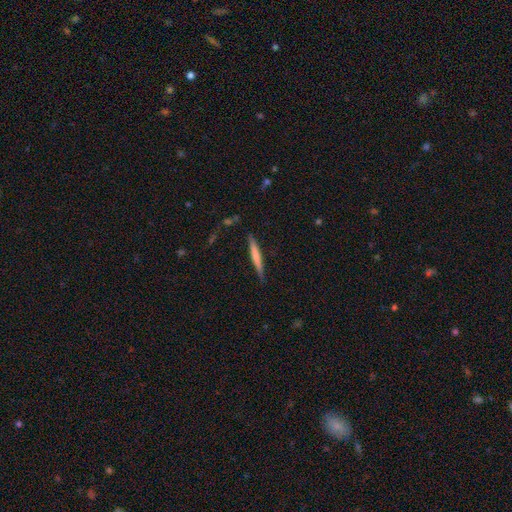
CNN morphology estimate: This is possibly a smooth galaxy (58%). How rounded: clearly cigar-shaped (96%). Merging: clearly none (86%).